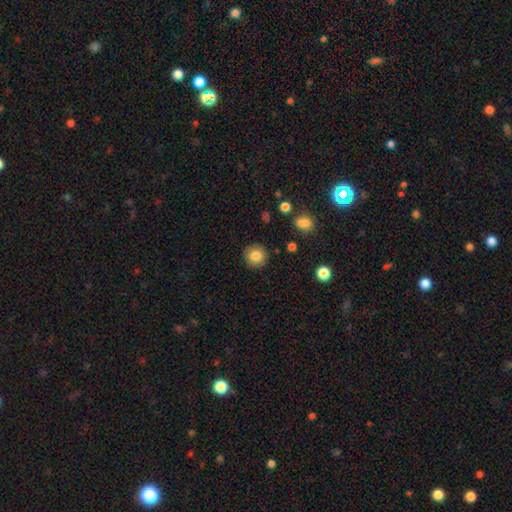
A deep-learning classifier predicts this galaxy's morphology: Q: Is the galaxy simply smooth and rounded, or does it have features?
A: smooth — 83%.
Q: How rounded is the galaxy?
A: round — 93%.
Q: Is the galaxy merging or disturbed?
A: none — 89%.